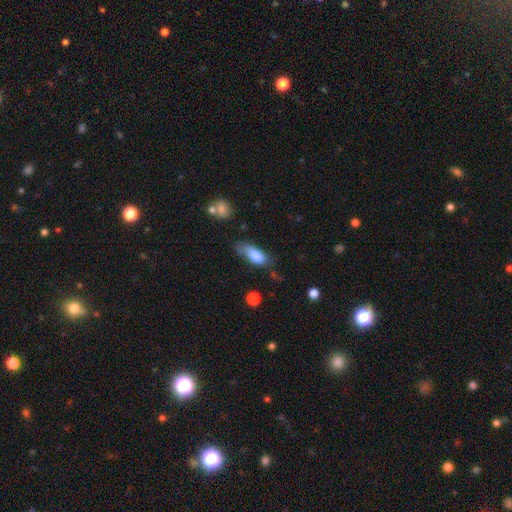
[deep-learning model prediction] smooth_or_featured: smooth (p=0.78) [alt: featured or disk p=0.14]
how_rounded: in between (p=0.80) [alt: cigar-shaped p=0.17]
merging: none (p=0.41) [alt: minor disturbance p=0.36]